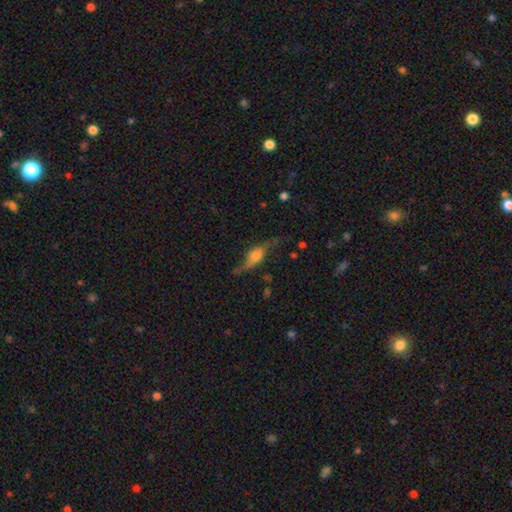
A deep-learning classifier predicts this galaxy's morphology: This appears to be a featured or disk galaxy (57%) viewed edge-on (65%). Merging: none (54%).